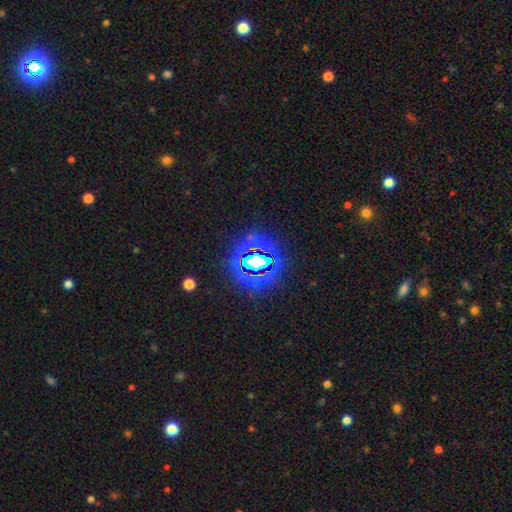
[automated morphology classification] type=star or artifact (83%).